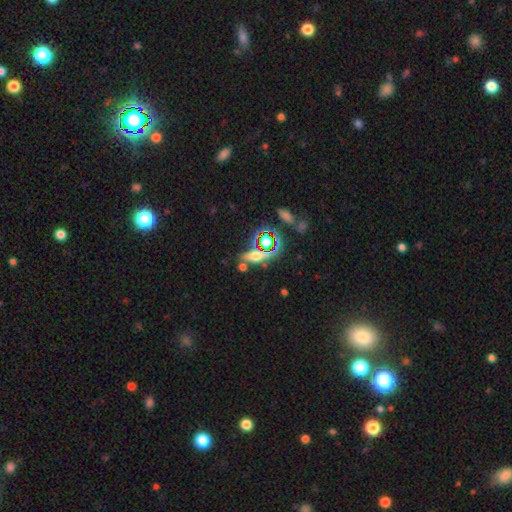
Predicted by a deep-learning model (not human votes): Smooth or featured: smooth — 43% (star or artifact — 34%)
Merging: none — 65% (merger — 15%)